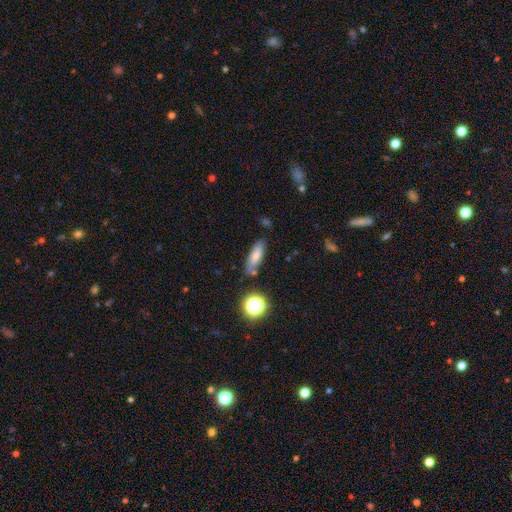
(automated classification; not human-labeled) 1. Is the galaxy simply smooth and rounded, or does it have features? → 71% smooth, 17% featured or disk, 12% star or artifact.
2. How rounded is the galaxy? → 48% in between, 46% cigar-shaped, 5% round.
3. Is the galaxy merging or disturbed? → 73% none, 17% minor disturbance, 6% merger, 4% major disturbance.